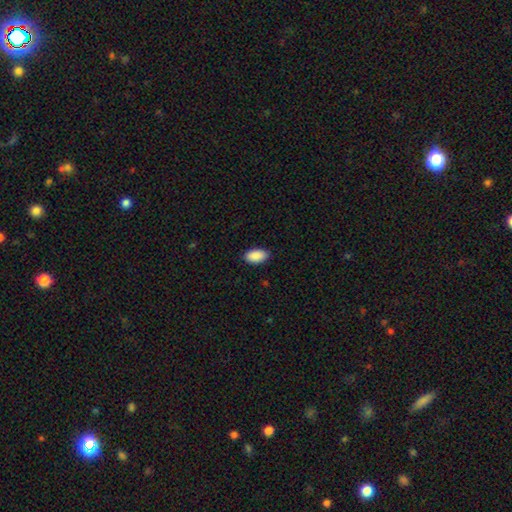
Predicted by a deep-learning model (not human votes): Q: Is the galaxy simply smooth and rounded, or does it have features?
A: smooth — 91%.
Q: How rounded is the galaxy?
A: in between — 95%.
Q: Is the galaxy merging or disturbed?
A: none — 87%.